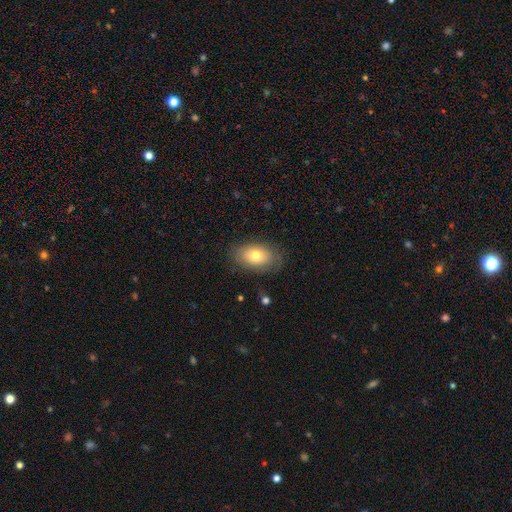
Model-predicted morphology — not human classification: Smooth or featured? smooth (74%)
How rounded? in between (89%)
Merging? none (79%)